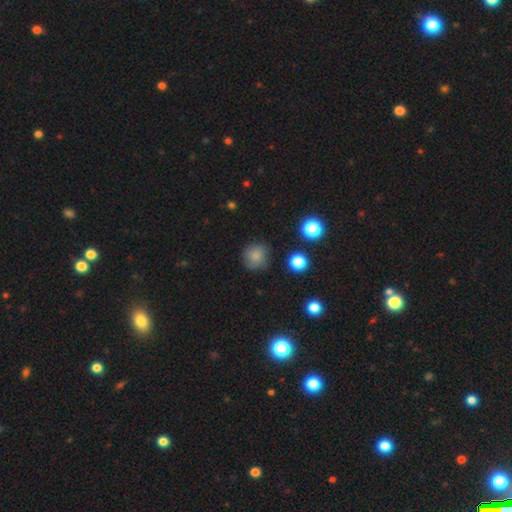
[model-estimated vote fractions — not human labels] This is clearly a smooth galaxy (82%). How rounded: clearly round (88%). Merging: likely none (79%).